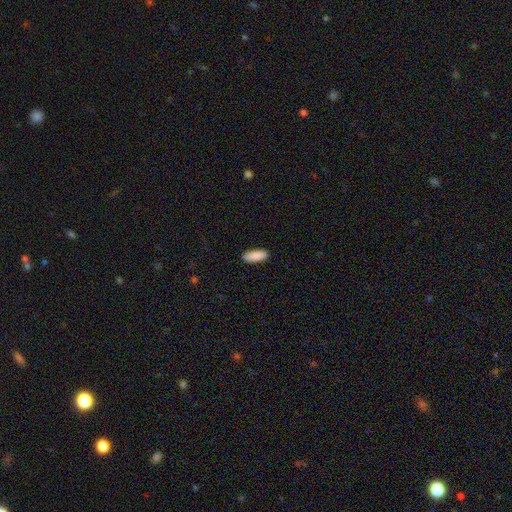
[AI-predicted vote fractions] This appears to be a smooth galaxy with no disk features (90%) that is in between round and cigar-shaped (77%). Merging: none (89%).